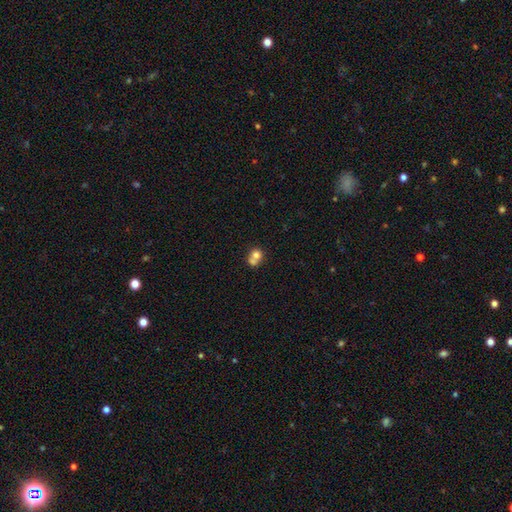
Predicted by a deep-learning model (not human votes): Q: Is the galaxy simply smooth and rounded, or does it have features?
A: smooth — 72%.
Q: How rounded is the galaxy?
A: round — 74%.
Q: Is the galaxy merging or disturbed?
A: merger — 61%.